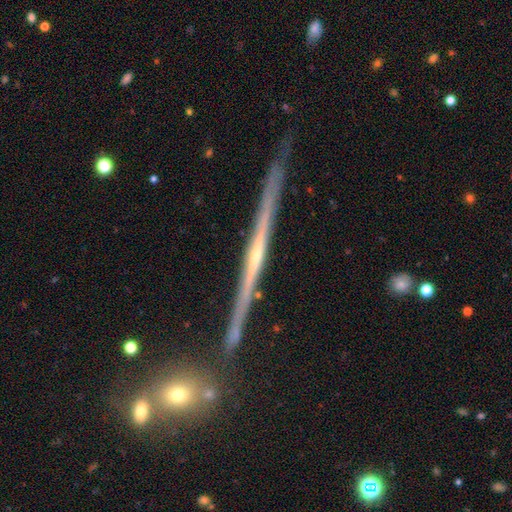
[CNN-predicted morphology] Overall: featured or disk (81%). Edge-on disk: yes (98%). Edge-on bulge: none (60%; rounded 32%). Merging: none (83%).